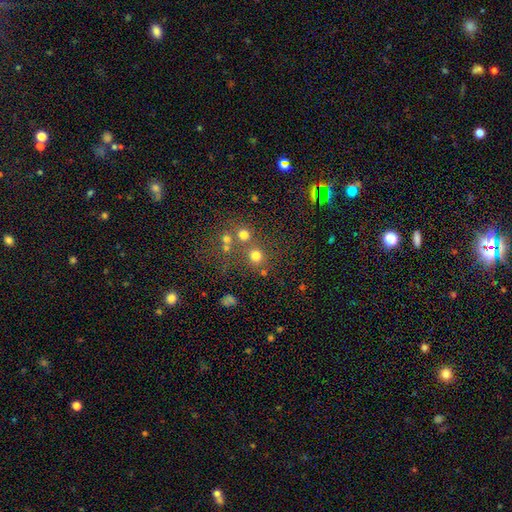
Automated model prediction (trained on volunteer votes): smooth_or_featured: smooth (p=0.72) [alt: star or artifact p=0.19]
how_rounded: round (p=0.89) [alt: in between p=0.10]
merging: none (p=0.65) [alt: merger p=0.22]